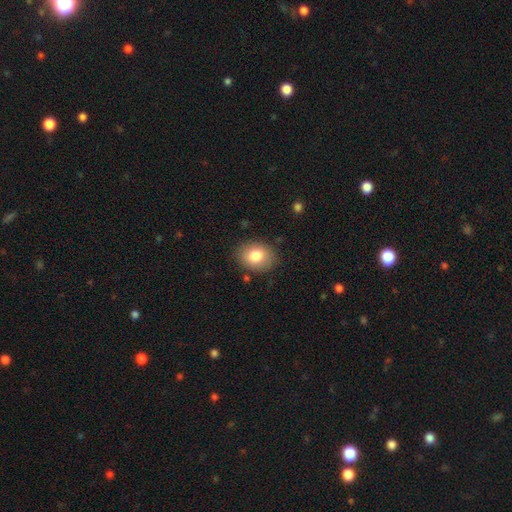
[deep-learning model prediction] Q: Smooth or featured?
A: smooth (81%); runner-up: featured or disk (10%)
Q: How rounded?
A: in between (51%); runner-up: round (48%)
Q: Merging?
A: none (84%); runner-up: minor disturbance (11%)